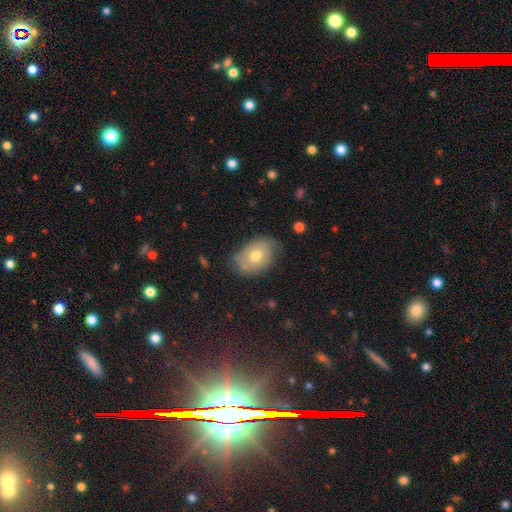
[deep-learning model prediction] smooth-or-featured: smooth: 57% | featured or disk: 34% | star or artifact: 8%
  how-rounded: in between: 79% | round: 20% | cigar-shaped: 1%
  merging: none: 62% | minor disturbance: 28% | major disturbance: 7% | merger: 2%